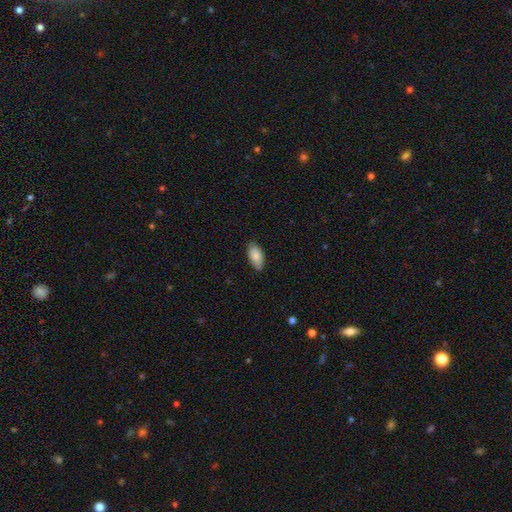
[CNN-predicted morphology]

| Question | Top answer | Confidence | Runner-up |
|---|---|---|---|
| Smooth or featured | smooth | 84% | featured or disk (10%) |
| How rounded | in between | 93% | cigar-shaped (5%) |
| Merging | none | 83% | minor disturbance (14%) |